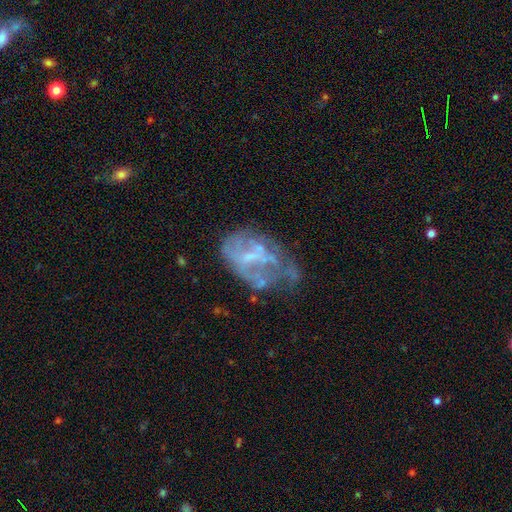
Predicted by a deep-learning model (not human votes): Morphology: type=featured or disk (65%); edge-on=no (97%); bar=no (62%); spiral arms=no (72%); bulge=small (42%); merging=none (34%).